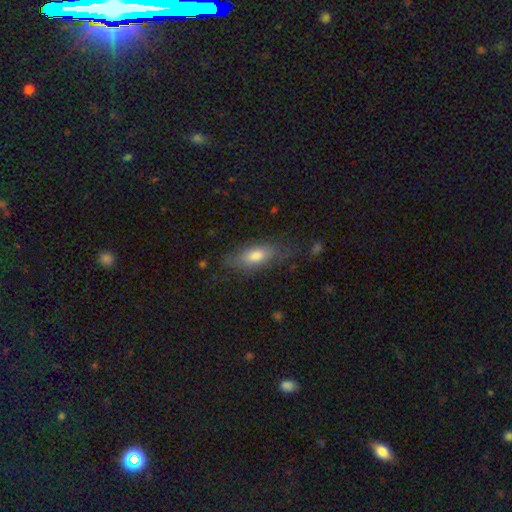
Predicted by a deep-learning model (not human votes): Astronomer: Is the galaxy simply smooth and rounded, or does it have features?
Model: smooth — 70%.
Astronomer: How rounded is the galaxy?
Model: in between — 69%.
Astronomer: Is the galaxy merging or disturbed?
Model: none — 71%.